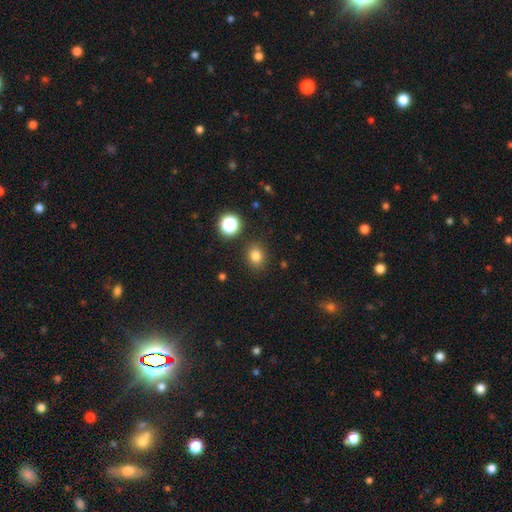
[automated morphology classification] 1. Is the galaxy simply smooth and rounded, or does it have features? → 80% smooth, 14% star or artifact, 6% featured or disk.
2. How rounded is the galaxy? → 67% round, 32% in between, 1% cigar-shaped.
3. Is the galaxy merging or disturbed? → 86% none, 9% minor disturbance, 3% major disturbance, 2% merger.